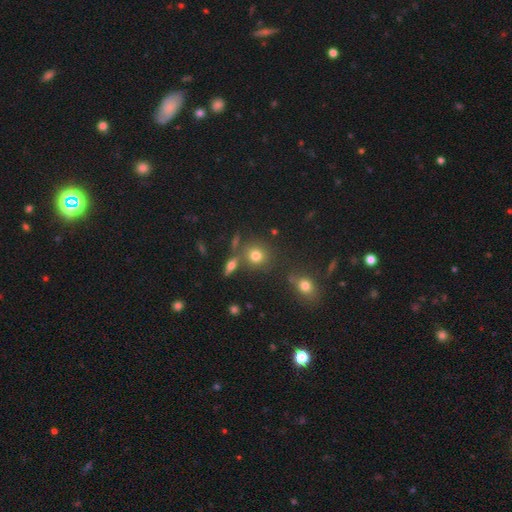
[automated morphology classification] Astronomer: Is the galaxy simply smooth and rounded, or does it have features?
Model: smooth — 74%.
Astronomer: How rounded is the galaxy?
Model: round — 85%.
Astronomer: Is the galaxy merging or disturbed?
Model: none — 73%.